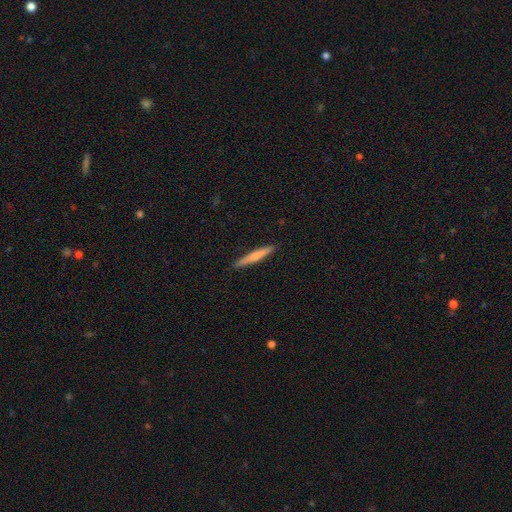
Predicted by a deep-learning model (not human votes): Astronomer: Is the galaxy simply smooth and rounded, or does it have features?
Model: smooth — 60%.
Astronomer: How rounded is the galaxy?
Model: cigar-shaped — 94%.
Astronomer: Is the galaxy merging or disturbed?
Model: none — 91%.